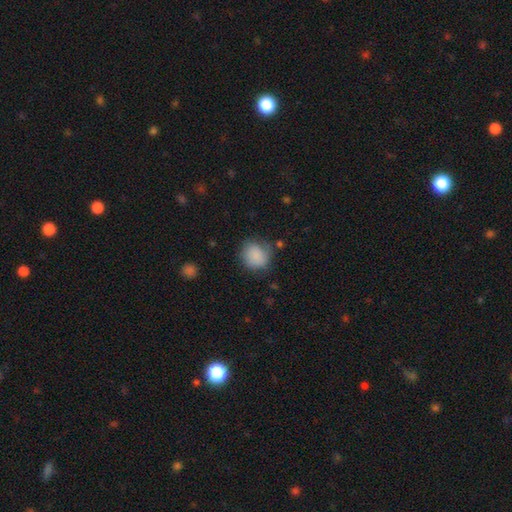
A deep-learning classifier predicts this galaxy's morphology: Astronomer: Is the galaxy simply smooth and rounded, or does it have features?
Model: smooth — 86%.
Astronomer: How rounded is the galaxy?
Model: round — 78%.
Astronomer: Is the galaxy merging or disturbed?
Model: none — 71%.